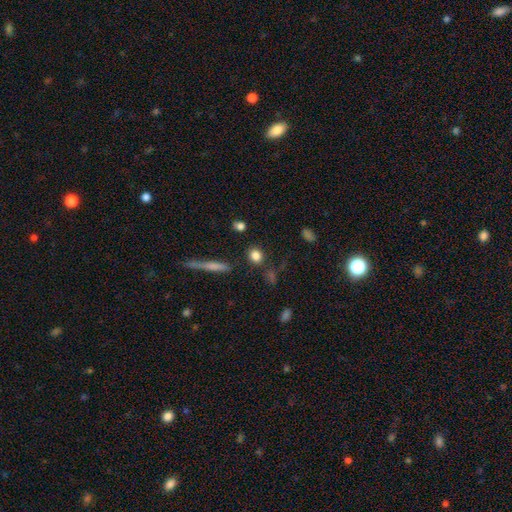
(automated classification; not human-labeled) This appears to be a smooth galaxy with no disk features (83%) that is round (71%). Merging: none (84%).